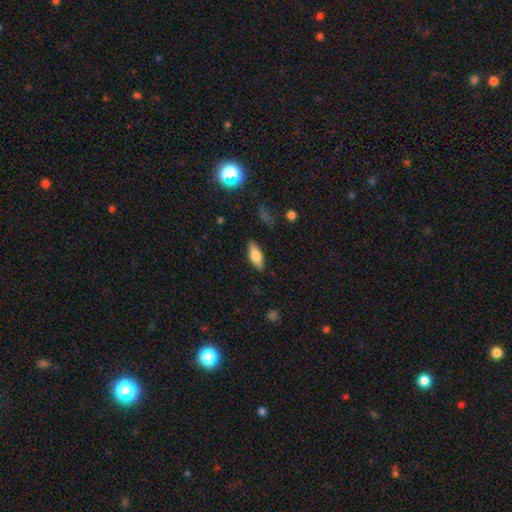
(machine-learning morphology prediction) type=smooth (65%); roundness=in between (73%); merging=none (85%).